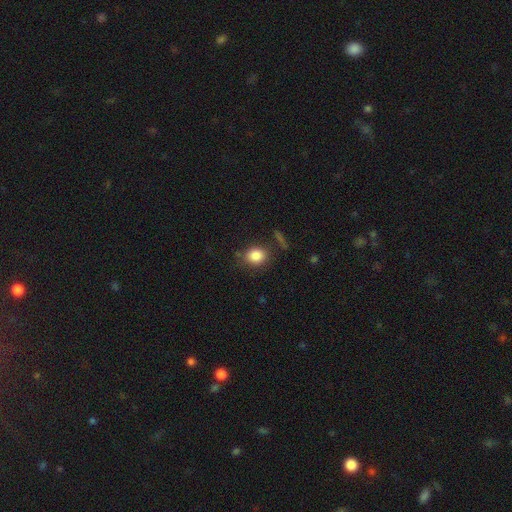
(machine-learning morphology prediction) The model was most divided on "how rounded": round: 60%, in between: 39%, cigar-shaped: 1%. More confident: smooth or featured — smooth (85%); merging — none (77%).